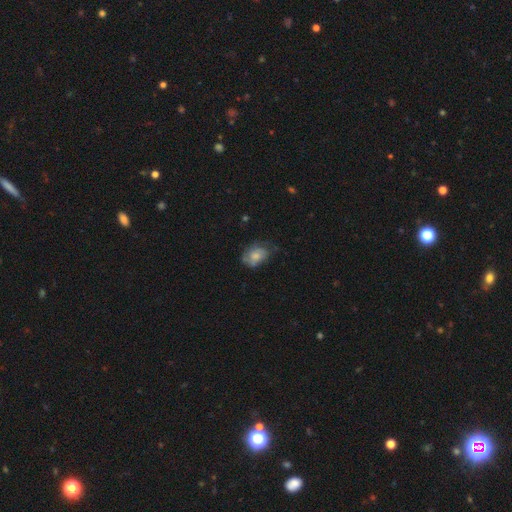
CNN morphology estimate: type=smooth (61%); roundness=in between (72%); merging=none (50%).